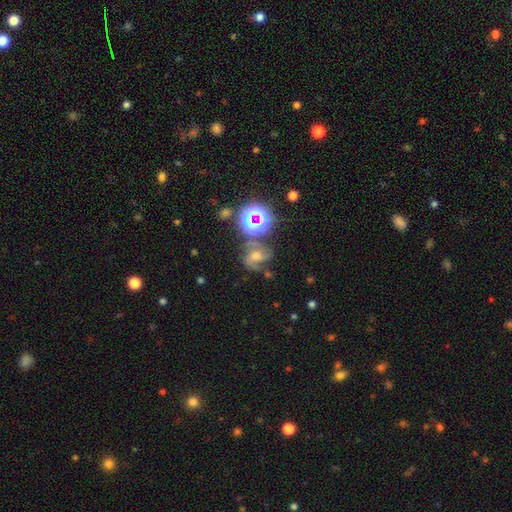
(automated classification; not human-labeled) This is possibly a featured or disk galaxy (49%). Merging: likely none (60%).